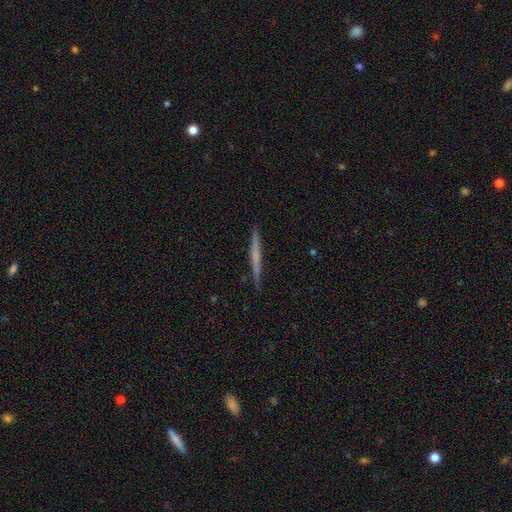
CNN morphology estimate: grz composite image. It shows a featured or disk galaxy (51%) viewed edge-on (97%) with no central bulge (74%). Merging: none (89%).